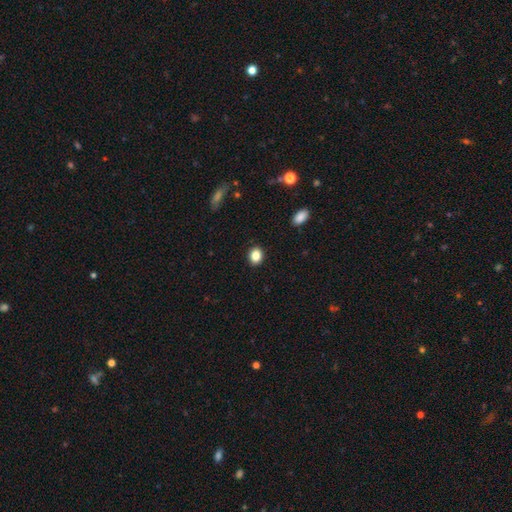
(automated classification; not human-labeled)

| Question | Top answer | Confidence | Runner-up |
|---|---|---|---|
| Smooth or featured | smooth | 86% | star or artifact (10%) |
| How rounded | round | 55% | in between (44%) |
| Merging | none | 90% | minor disturbance (7%) |